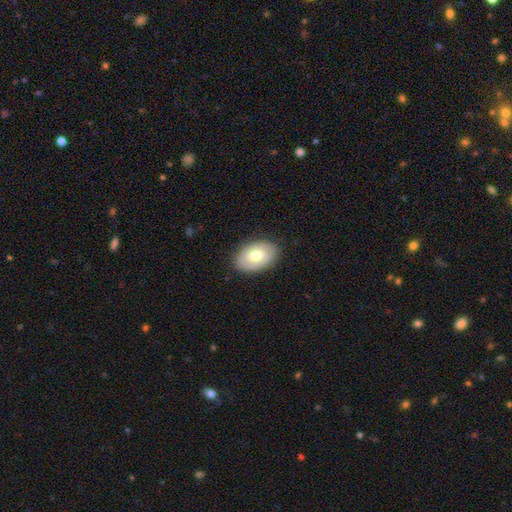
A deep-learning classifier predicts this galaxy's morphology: Smooth or featured: smooth — 63% (featured or disk — 31%)
How rounded: in between — 89% (round — 10%)
Merging: none — 85% (minor disturbance — 11%)